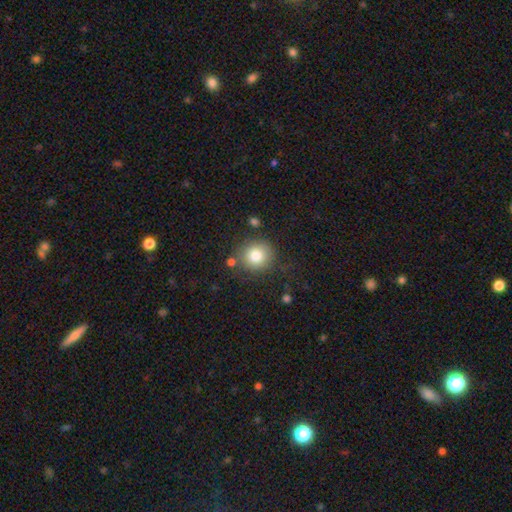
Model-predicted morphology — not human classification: type=smooth (82%); roundness=round (89%); merging=none (79%).